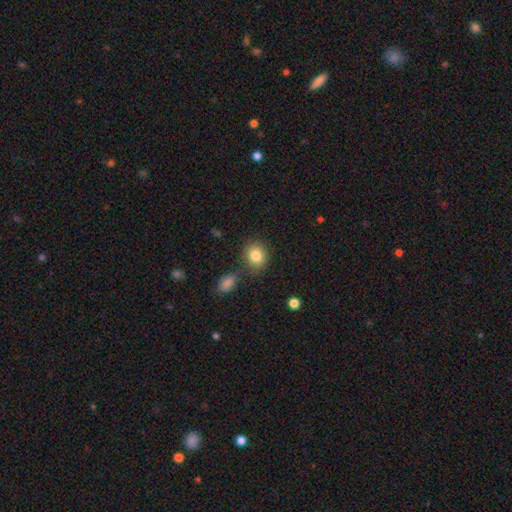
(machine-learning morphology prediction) The model was most divided on "how rounded": round: 72%, in between: 27%, cigar-shaped: 1%. More confident: smooth or featured — smooth (84%); merging — none (77%).